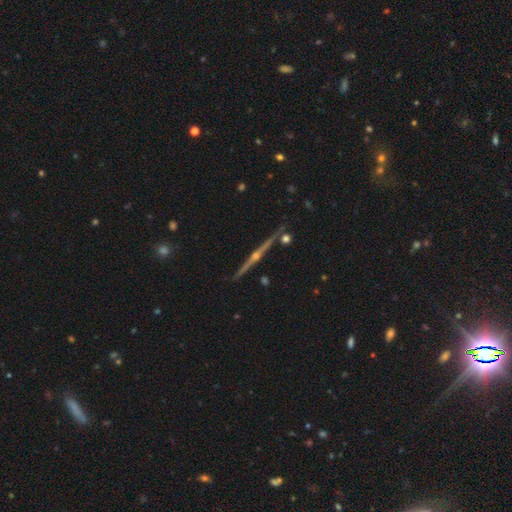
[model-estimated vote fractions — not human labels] A featured or disk galaxy (88%) viewed edge-on (99%) with a rounded central bulge (93%).

Vote fractions:
- Smooth or featured? featured or disk: 88% / smooth: 6% / star or artifact: 6%
- Edge-on disk? yes: 99% / no: 1%
- Edge-on bulge? rounded: 93% / none: 4% / boxy: 3%
- Merging? none: 89% / minor disturbance: 6% / merger: 3% / major disturbance: 2%